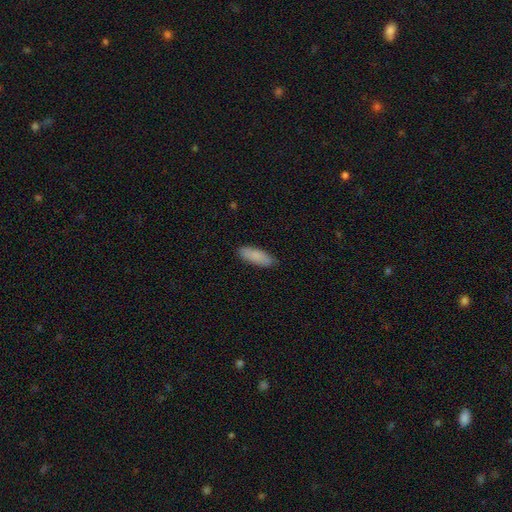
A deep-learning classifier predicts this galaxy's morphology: A smooth galaxy with no disk features (87%) that is in between round and cigar-shaped (60%). Merging: none (87%).